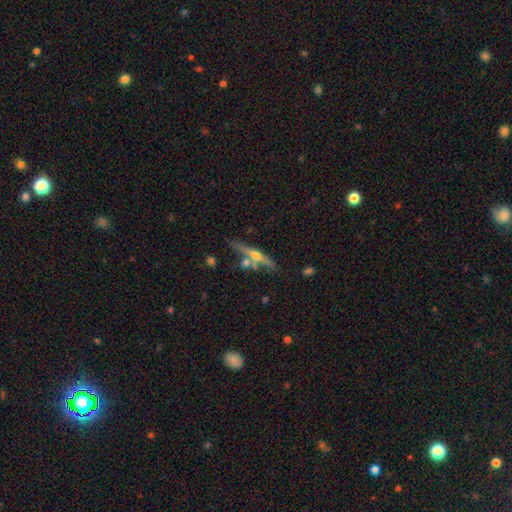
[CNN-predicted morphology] type=featured or disk (64%); edge-on=yes (94%); edge-on bulge=rounded (88%); merging=none (63%).